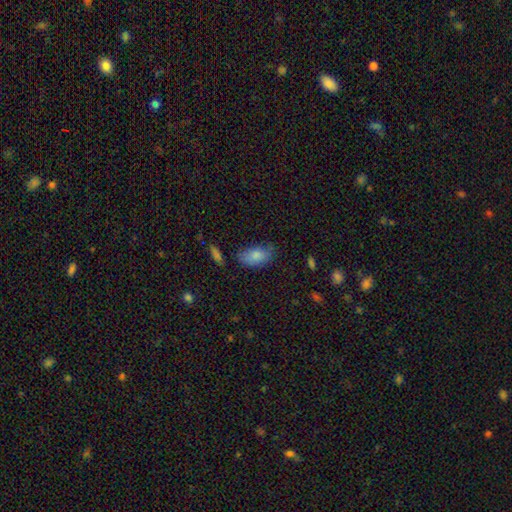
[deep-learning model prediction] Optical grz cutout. It shows a smooth galaxy with no disk features (82%) that is in between round and cigar-shaped (93%). Merging: none (59%).